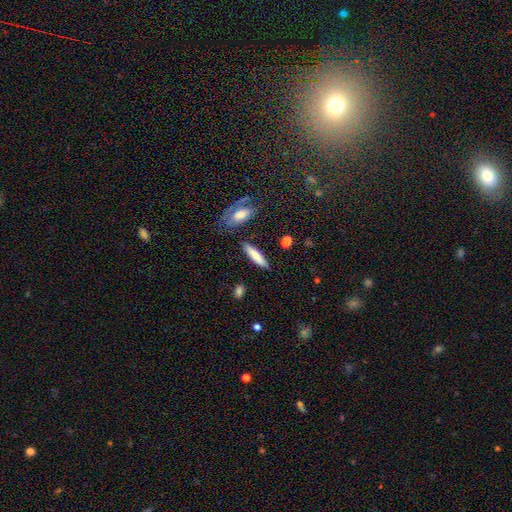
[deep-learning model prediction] Smooth or featured: smooth — 73% (featured or disk — 21%)
How rounded: cigar-shaped — 74% (in between — 24%)
Merging: none — 83% (minor disturbance — 10%)